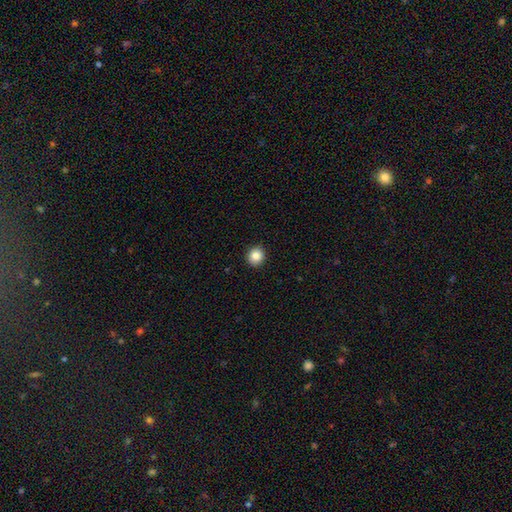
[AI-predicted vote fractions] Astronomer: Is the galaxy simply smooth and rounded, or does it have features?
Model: smooth — 86%.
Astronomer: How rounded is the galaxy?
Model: round — 89%.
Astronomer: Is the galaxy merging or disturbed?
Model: none — 92%.